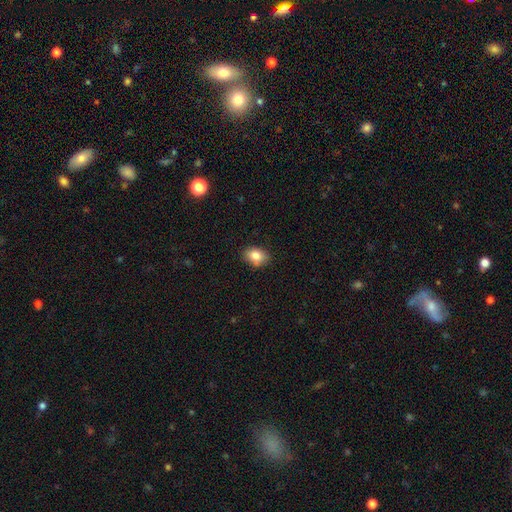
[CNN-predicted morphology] This is clearly a smooth galaxy (83%). How rounded: likely in between (70%). Merging: likely none (80%).